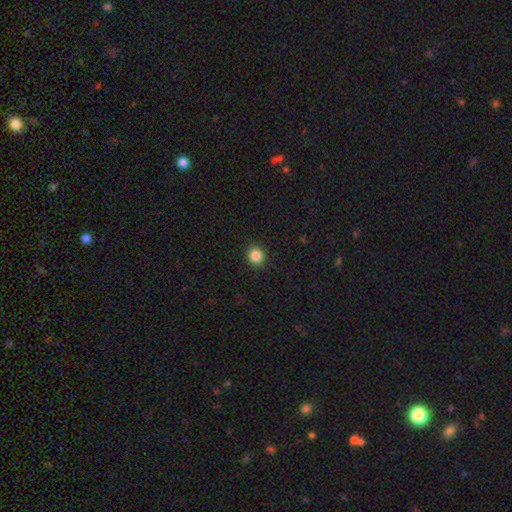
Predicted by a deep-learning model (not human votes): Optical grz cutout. It shows a smooth galaxy with no disk features (86%) that is round (92%). Merging: none (92%).